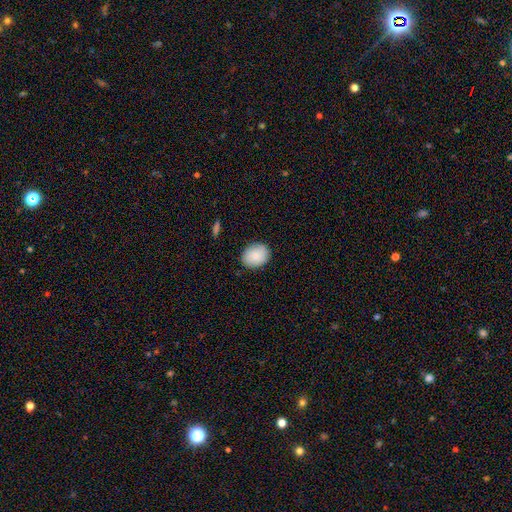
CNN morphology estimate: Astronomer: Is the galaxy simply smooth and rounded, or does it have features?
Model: smooth — 83%.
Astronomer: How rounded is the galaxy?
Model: in between — 53% (runner-up: round, 46%).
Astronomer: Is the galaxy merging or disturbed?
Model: none — 86%.